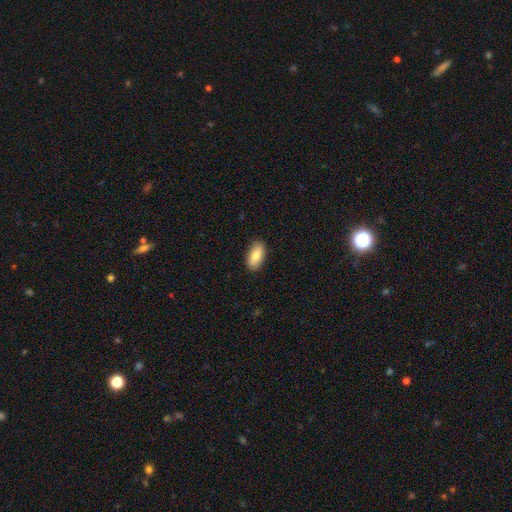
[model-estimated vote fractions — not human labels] Smooth or featured? smooth (79%)
How rounded? in between (92%)
Merging? none (88%)